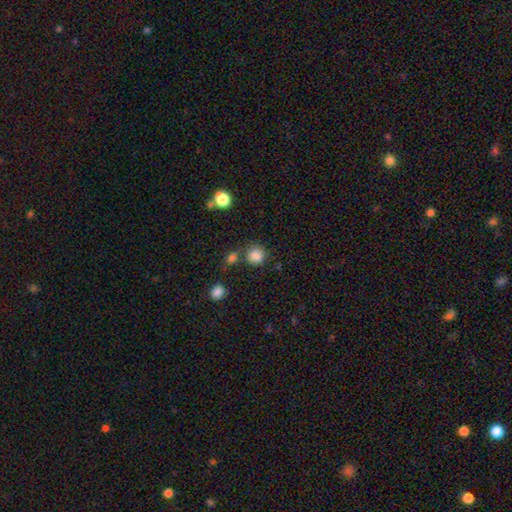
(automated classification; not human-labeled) Smooth or featured?
  - smooth: 84% *
  - star or artifact: 11%
  - featured or disk: 5%
How rounded?
  - round: 90% *
  - in between: 9%
  - cigar-shaped: 1%
Merging?
  - none: 73% *
  - merger: 13%
  - minor disturbance: 10%
  - major disturbance: 4%